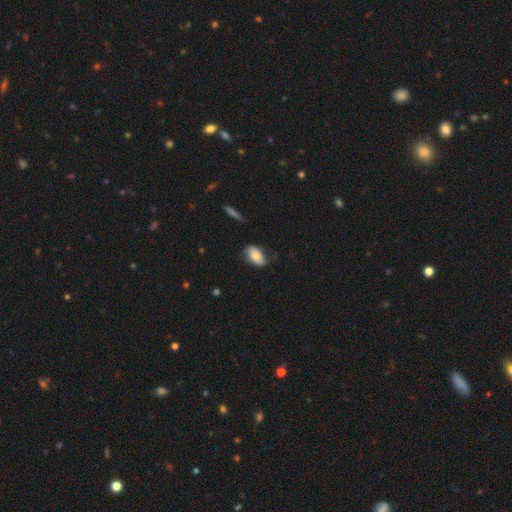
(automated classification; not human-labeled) smooth_or_featured: smooth (p=0.75) [alt: featured or disk p=0.18]
how_rounded: in between (p=0.92) [alt: round p=0.06]
merging: none (p=0.65) [alt: minor disturbance p=0.26]